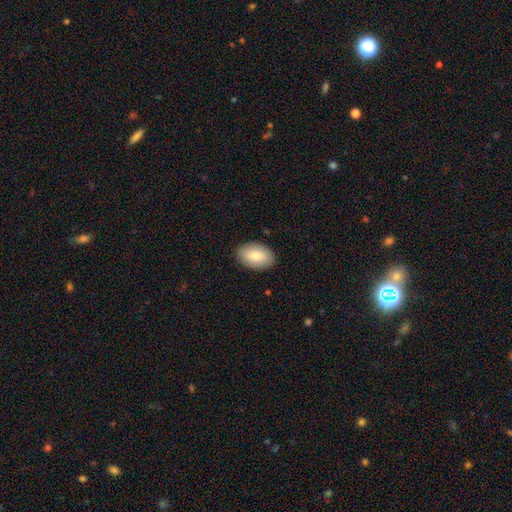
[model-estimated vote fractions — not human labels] This is clearly a smooth galaxy (83%). How rounded: clearly in between (93%). Merging: clearly none (89%).